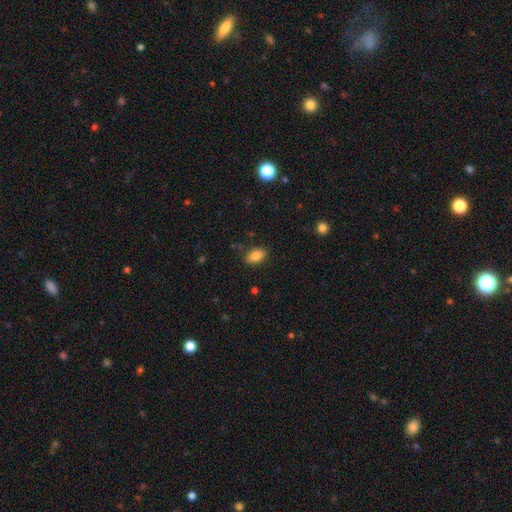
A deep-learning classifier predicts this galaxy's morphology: The model was most divided on "merging": none: 85%, minor disturbance: 11%, major disturbance: 3%, merger: 2%. More confident: how rounded — in between (91%); smooth or featured — smooth (85%).